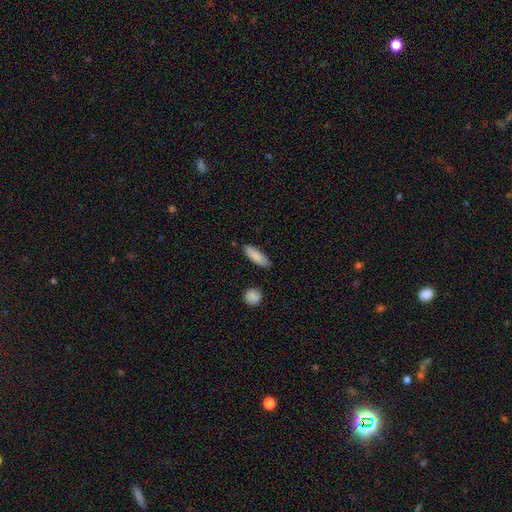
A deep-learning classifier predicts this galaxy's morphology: Smooth or featured? smooth (86%)
How rounded? in between (51%)
Merging? none (84%)